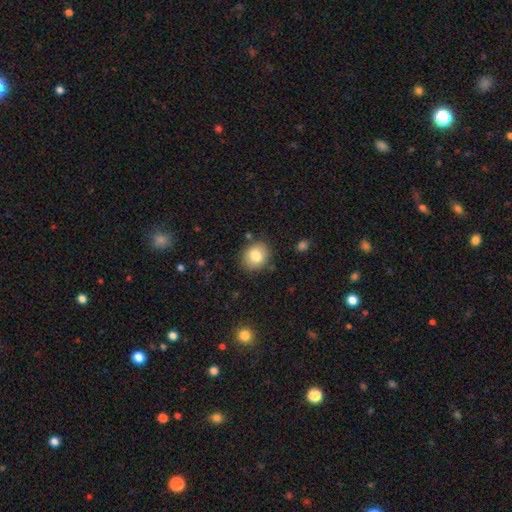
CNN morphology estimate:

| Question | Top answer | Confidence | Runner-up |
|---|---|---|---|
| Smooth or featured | smooth | 81% | featured or disk (10%) |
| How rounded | round | 71% | in between (28%) |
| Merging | none | 85% | minor disturbance (10%) |